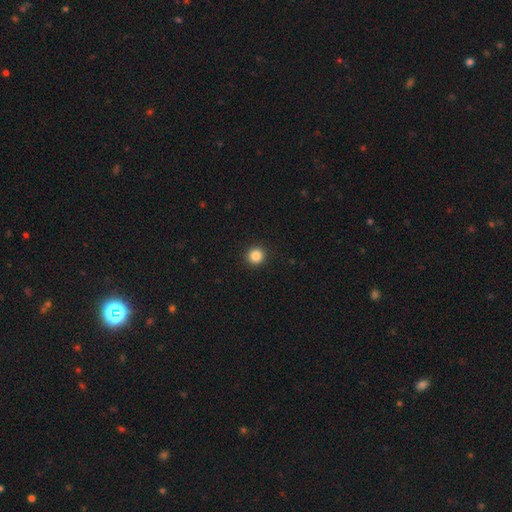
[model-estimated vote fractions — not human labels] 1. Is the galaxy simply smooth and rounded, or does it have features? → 86% smooth, 11% star or artifact, 3% featured or disk.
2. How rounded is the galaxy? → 95% round, 4% in between, 1% cigar-shaped.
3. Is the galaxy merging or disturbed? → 93% none, 4% minor disturbance, 2% major disturbance, 1% merger.